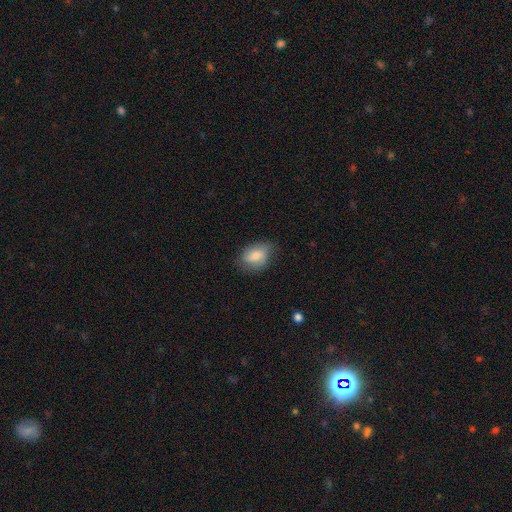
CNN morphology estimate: Smooth or featured: smooth — 75% (featured or disk — 18%)
How rounded: in between — 77% (round — 21%)
Merging: none — 69% (minor disturbance — 24%)